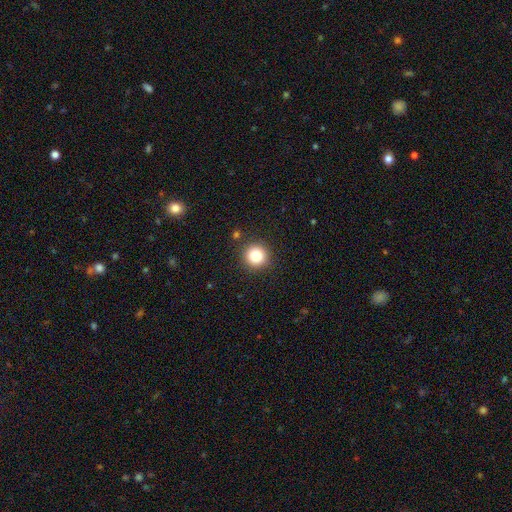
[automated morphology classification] Smooth or featured?
  - smooth: 83% *
  - star or artifact: 11%
  - featured or disk: 6%
How rounded?
  - round: 94% *
  - in between: 5%
  - cigar-shaped: 1%
Merging?
  - none: 89% *
  - minor disturbance: 6%
  - major disturbance: 2%
  - merger: 2%